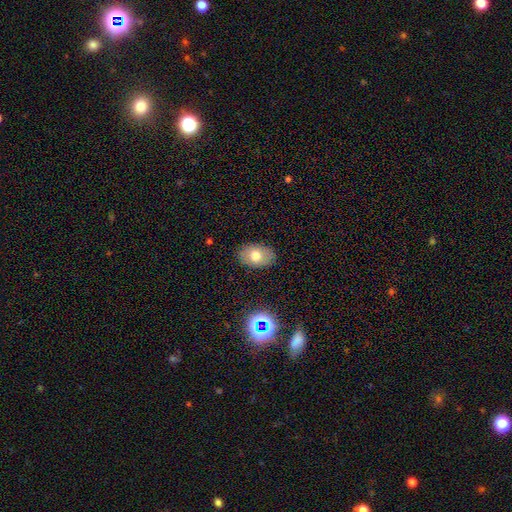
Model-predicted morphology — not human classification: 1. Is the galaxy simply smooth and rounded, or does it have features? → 71% smooth, 19% featured or disk, 10% star or artifact.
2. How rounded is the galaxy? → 84% in between, 15% round, 1% cigar-shaped.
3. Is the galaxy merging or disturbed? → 87% none, 10% minor disturbance, 2% major disturbance, 1% merger.